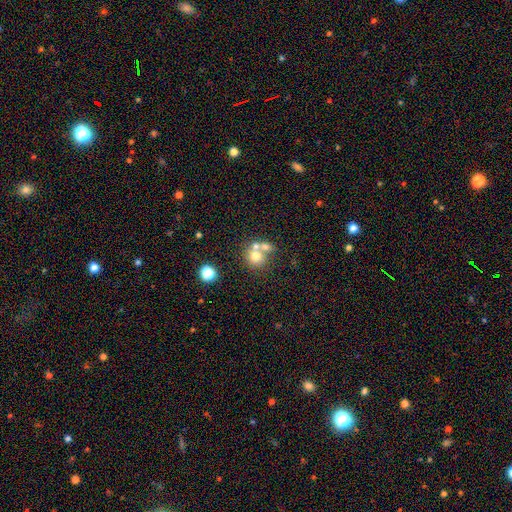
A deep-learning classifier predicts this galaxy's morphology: Overall: smooth (66%). How rounded: round (81%). Merging: merger (50%; none 38%).